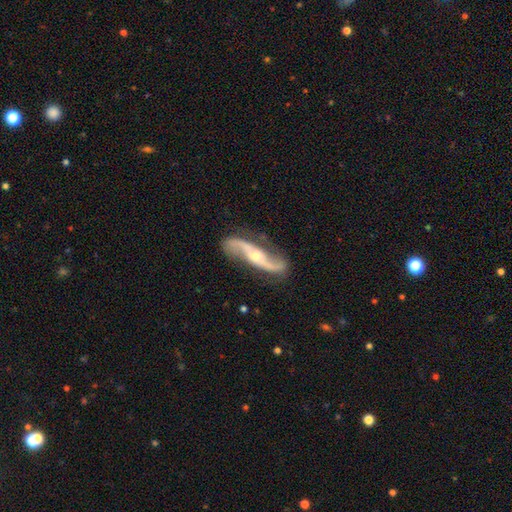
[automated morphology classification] Smooth or featured?
  - featured or disk: 90% *
  - smooth: 6%
  - star or artifact: 4%
Edge-on disk?
  - no: 88% *
  - yes: 12%
Bar?
  - no: 50% *
  - weak: 28%
  - strong: 23%
Spiral arms?
  - yes: 97% *
  - no: 3%
Spiral winding?
  - loose: 69% *
  - medium: 24%
  - tight: 7%
Spiral arm count?
  - 2: 94% *
  - can't tell: 2%
  - 1: 1%
  - 3: 1%
  - 4: 1%
  - more than 4: 1%
Bulge size?
  - moderate: 48% *
  - small: 46%
  - large: 3%
  - none: 2%
  - dominant: 1%
Merging?
  - none: 81% *
  - minor disturbance: 13%
  - major disturbance: 4%
  - merger: 2%